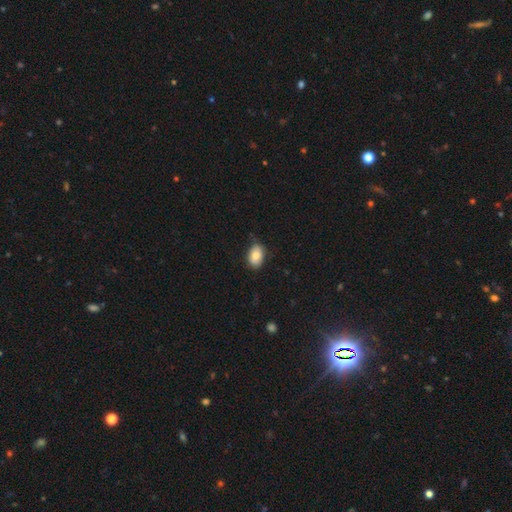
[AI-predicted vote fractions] smooth_or_featured: smooth (p=0.82) [alt: featured or disk p=0.10]
how_rounded: in between (p=0.87) [alt: round p=0.12]
merging: none (p=0.77) [alt: minor disturbance p=0.19]